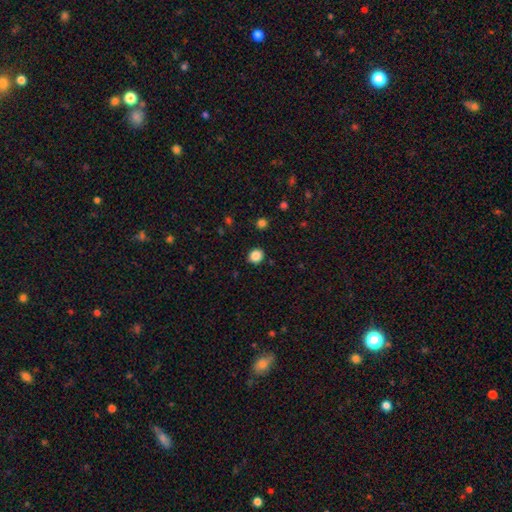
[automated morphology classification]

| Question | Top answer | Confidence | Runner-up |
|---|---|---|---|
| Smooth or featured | smooth | 86% | star or artifact (10%) |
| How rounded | round | 78% | in between (21%) |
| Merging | none | 90% | minor disturbance (7%) |